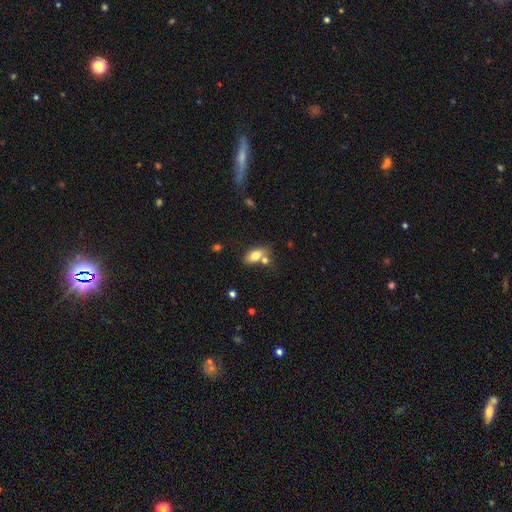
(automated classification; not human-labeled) Morphology: type=smooth (75%); roundness=in between (88%); merging=none (51%).